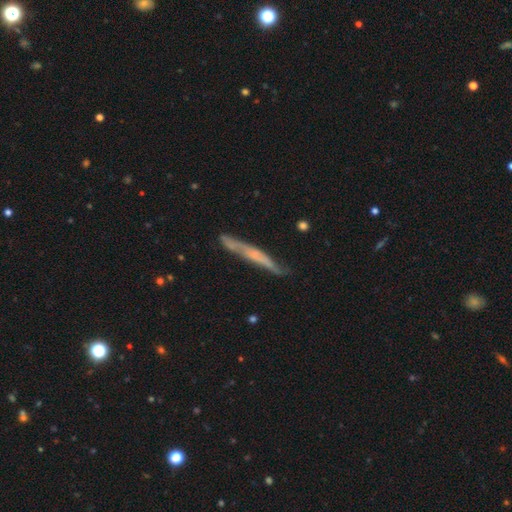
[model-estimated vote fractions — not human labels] Smooth or featured?
  - featured or disk: 56% *
  - smooth: 37%
  - star or artifact: 7%
Edge-on disk?
  - yes: 85% *
  - no: 15%
Merging?
  - none: 71% *
  - minor disturbance: 22%
  - major disturbance: 5%
  - merger: 3%